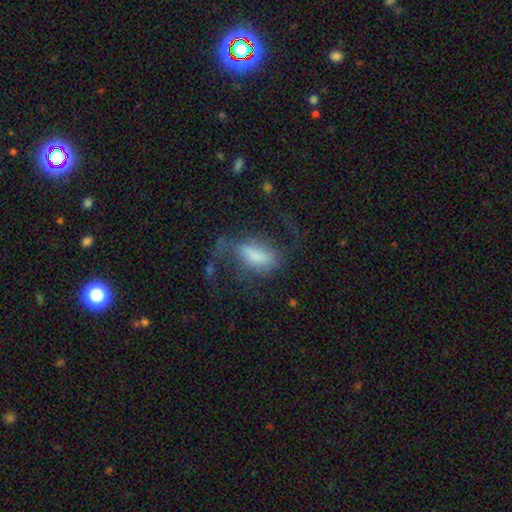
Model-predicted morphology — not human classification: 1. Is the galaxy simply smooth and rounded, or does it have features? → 45% smooth (tied), 45% featured or disk (tied), 10% star or artifact.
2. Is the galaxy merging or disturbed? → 47% major disturbance, 31% none, 18% minor disturbance, 4% merger.